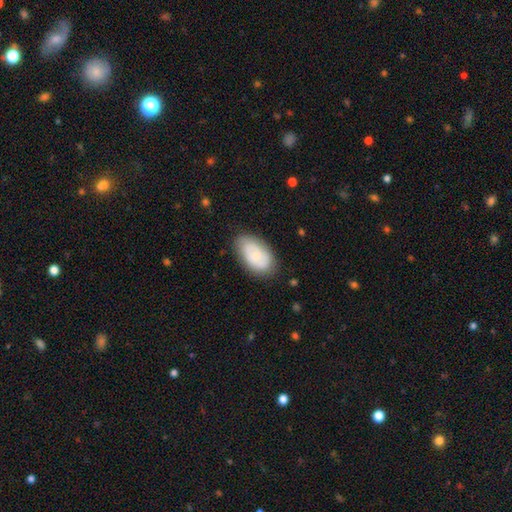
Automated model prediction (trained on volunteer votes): Smooth or featured? Predicted: smooth (p=0.62). How rounded? Predicted: in between (p=0.93). Merging? Predicted: none (p=0.76).